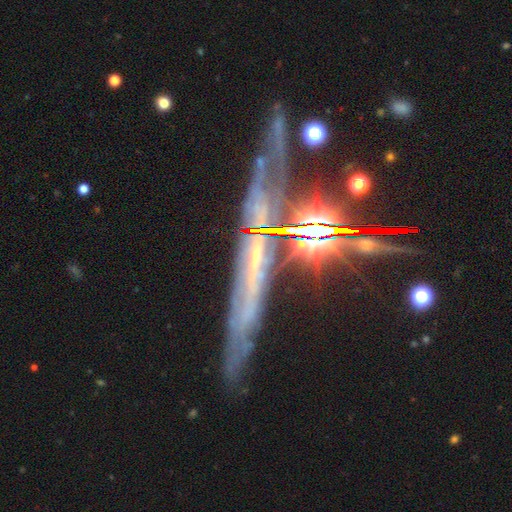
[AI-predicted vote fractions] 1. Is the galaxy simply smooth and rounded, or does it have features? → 63% featured or disk, 23% star or artifact, 14% smooth.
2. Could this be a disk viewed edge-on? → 73% yes, 27% no.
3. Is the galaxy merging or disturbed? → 65% none, 18% minor disturbance, 10% major disturbance, 8% merger.